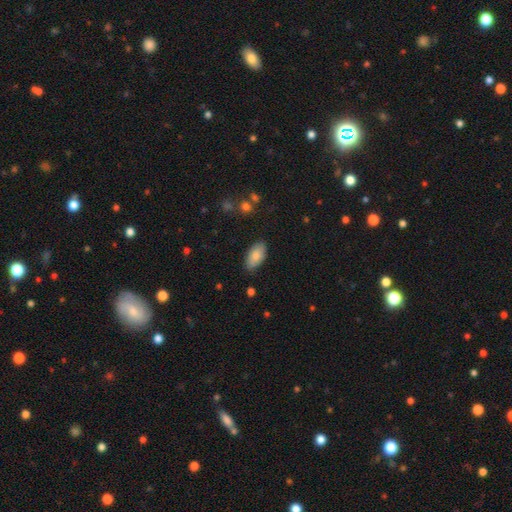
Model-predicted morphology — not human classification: Q: Smooth or featured?
A: smooth (83%); runner-up: featured or disk (10%)
Q: How rounded?
A: in between (93%); runner-up: cigar-shaped (4%)
Q: Merging?
A: none (83%); runner-up: minor disturbance (13%)